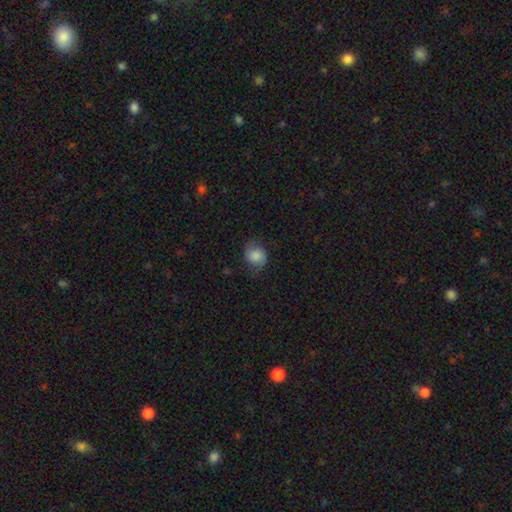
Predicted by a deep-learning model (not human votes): Overall: smooth (64%; featured or disk 27%). How rounded: round (66%; in between 33%). Merging: none (68%).